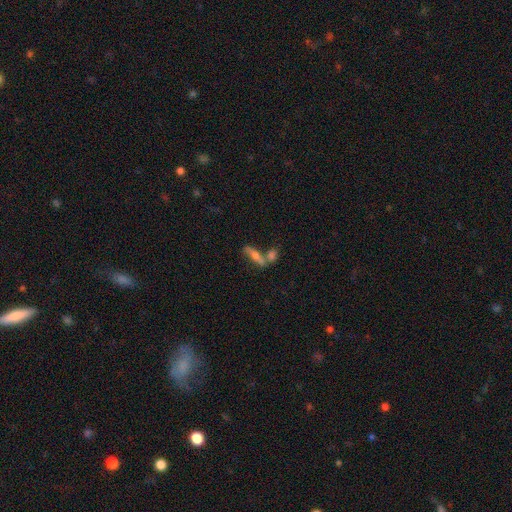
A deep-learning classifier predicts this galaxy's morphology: type=smooth (48%); merging=none (46%).